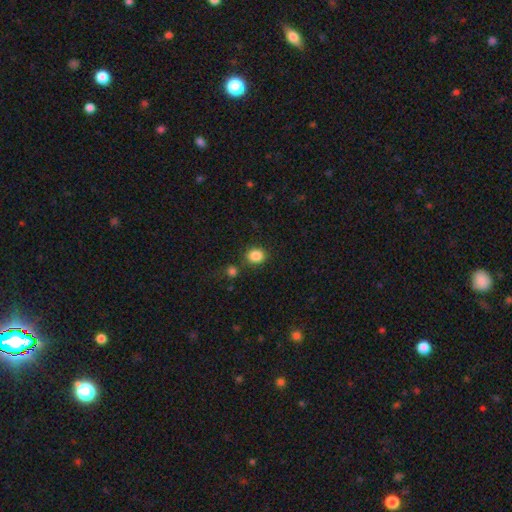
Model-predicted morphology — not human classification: A smooth galaxy with no disk features (86%) that is round (67%).

Vote fractions:
- Smooth or featured? smooth: 86% / star or artifact: 10% / featured or disk: 4%
- How rounded? round: 67% / in between: 32% / cigar-shaped: 1%
- Merging? none: 79% / minor disturbance: 10% / merger: 7% / major disturbance: 3%